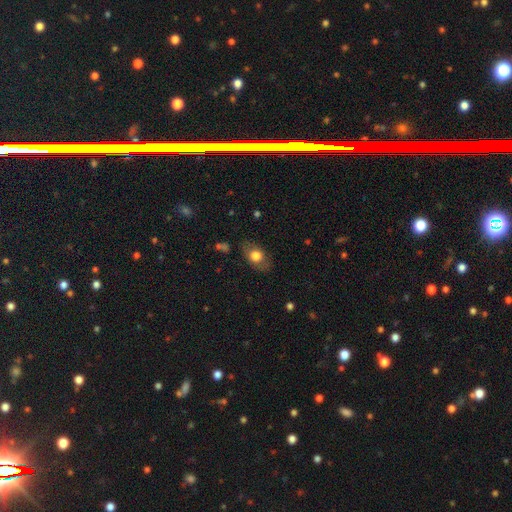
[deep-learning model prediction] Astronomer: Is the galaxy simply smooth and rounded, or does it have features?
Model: smooth — 71%.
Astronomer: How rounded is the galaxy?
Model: in between — 80%.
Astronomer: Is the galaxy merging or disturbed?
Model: none — 77%.